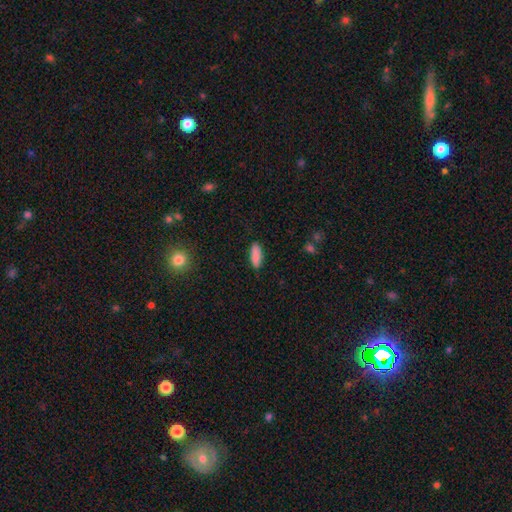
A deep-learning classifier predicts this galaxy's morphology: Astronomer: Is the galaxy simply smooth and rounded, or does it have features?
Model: smooth — 87%.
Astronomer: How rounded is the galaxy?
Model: in between — 66%.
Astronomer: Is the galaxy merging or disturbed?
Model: none — 86%.